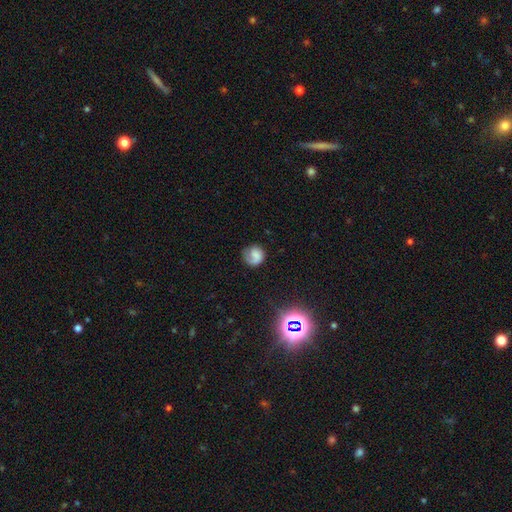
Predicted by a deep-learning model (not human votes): Q: Smooth or featured?
A: smooth (53%); runner-up: featured or disk (36%)
Q: How rounded?
A: round (78%); runner-up: in between (21%)
Q: Merging?
A: none (58%); runner-up: minor disturbance (21%)